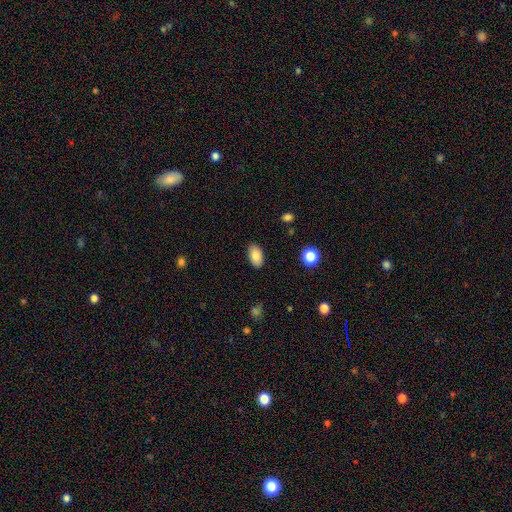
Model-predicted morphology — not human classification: Smooth or featured? Predicted: smooth (p=0.85). How rounded? Predicted: in between (p=0.94). Merging? Predicted: none (p=0.88).